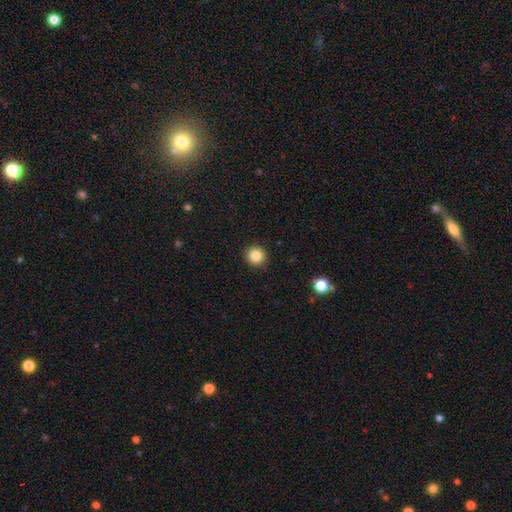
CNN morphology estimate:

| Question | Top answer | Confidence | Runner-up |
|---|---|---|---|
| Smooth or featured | smooth | 84% | star or artifact (11%) |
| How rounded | round | 94% | in between (5%) |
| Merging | none | 93% | minor disturbance (5%) |